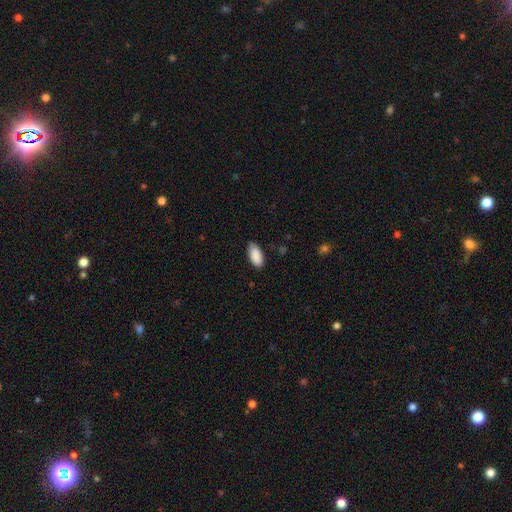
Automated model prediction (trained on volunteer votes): Smooth or featured? smooth (90%)
How rounded? in between (92%)
Merging? none (79%)